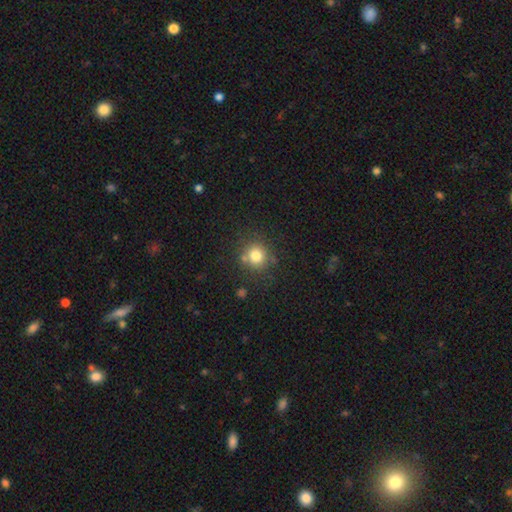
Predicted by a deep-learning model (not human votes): This is likely a smooth galaxy (78%). How rounded: clearly round (90%). Merging: likely none (77%).